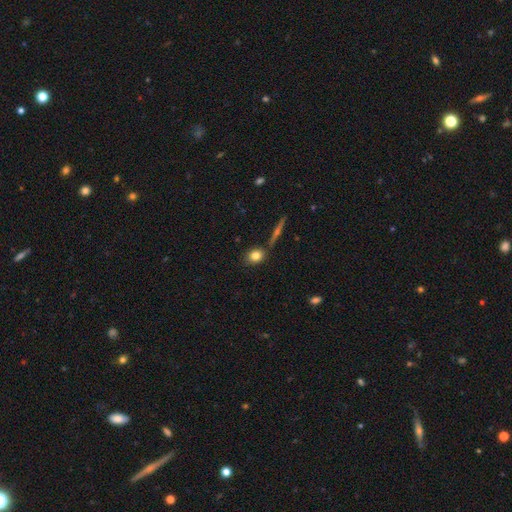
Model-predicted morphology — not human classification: smooth_or_featured: smooth (p=0.79) [alt: featured or disk p=0.12]
how_rounded: in between (p=0.49) [alt: round p=0.47]
merging: none (p=0.75) [alt: minor disturbance p=0.13]